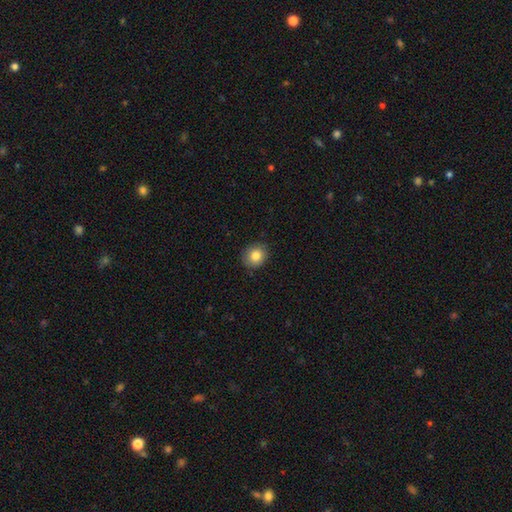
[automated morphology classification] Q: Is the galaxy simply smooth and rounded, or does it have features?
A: smooth — 83%.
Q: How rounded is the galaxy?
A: round — 75%.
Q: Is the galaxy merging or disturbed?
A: none — 87%.